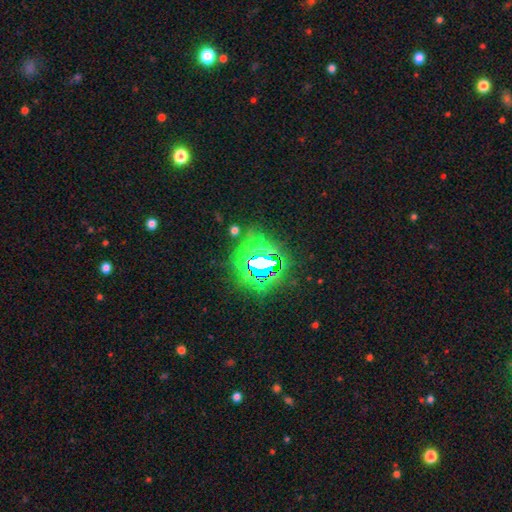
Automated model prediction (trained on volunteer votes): Smooth or featured? star or artifact (85%)